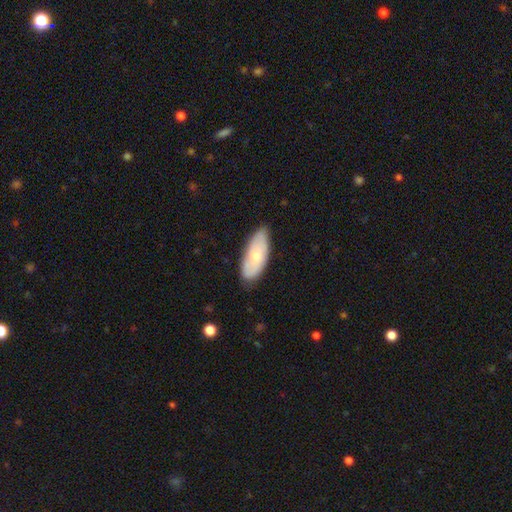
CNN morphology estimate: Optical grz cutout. It shows a smooth galaxy with no disk features (60%) that is in between round and cigar-shaped (85%). Merging: none (73%).